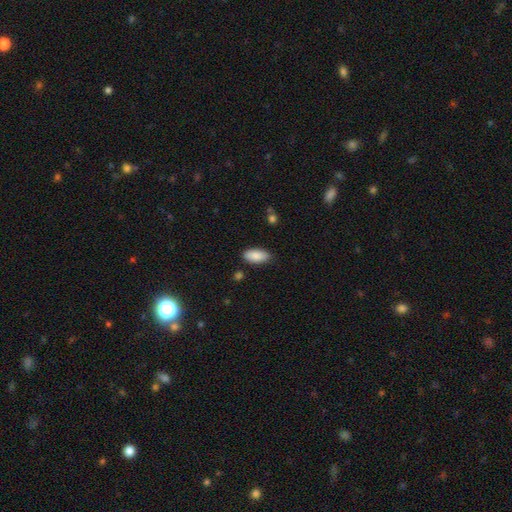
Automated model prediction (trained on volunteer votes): Smooth or featured? Predicted: smooth (p=0.88). How rounded? Predicted: in between (p=0.90). Merging? Predicted: none (p=0.83).